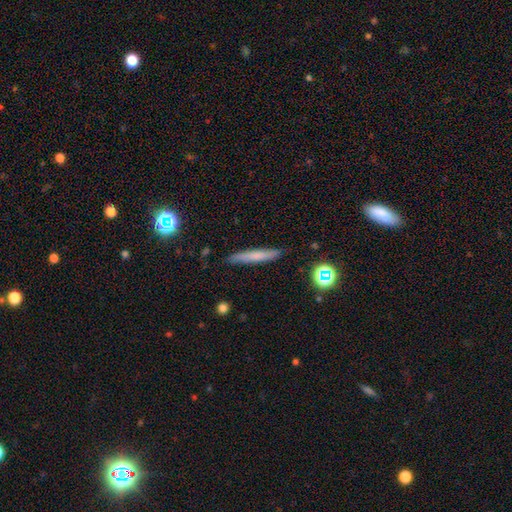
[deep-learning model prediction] This is likely a smooth galaxy (61%). How rounded: clearly cigar-shaped (93%). Merging: clearly none (88%).